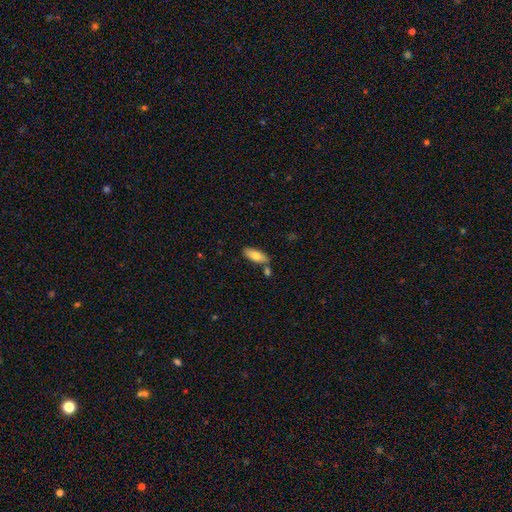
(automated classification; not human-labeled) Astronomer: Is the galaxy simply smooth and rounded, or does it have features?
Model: smooth — 76%.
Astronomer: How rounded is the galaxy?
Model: in between — 79%.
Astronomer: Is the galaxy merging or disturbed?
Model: none — 74%.